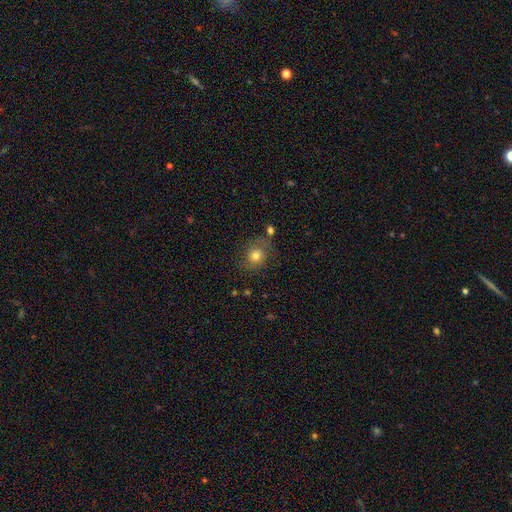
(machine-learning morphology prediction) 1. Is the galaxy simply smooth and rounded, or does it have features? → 68% smooth, 19% featured or disk, 13% star or artifact.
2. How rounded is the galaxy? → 76% round, 23% in between, 1% cigar-shaped.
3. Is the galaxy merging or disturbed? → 69% none, 18% minor disturbance, 7% major disturbance, 5% merger.